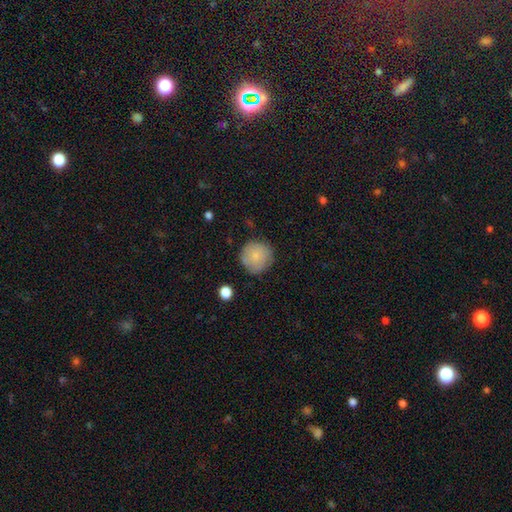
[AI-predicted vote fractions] This appears to be a smooth galaxy with no disk features (82%) that is round (94%). Merging: none (81%).